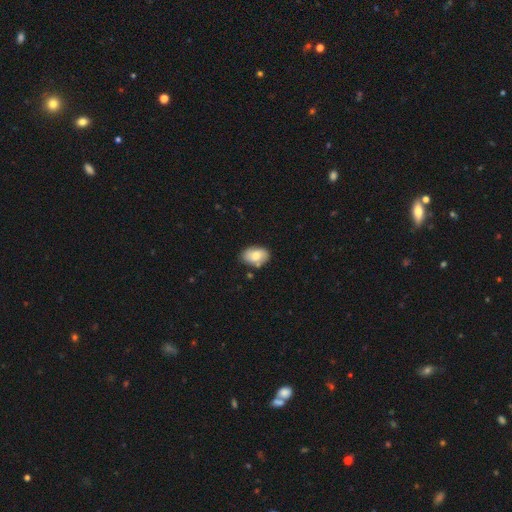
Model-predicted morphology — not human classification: Smooth or featured?
  - smooth: 76% *
  - featured or disk: 17%
  - star or artifact: 7%
How rounded?
  - in between: 87% *
  - round: 11%
  - cigar-shaped: 1%
Merging?
  - none: 72% *
  - minor disturbance: 19%
  - merger: 6%
  - major disturbance: 3%